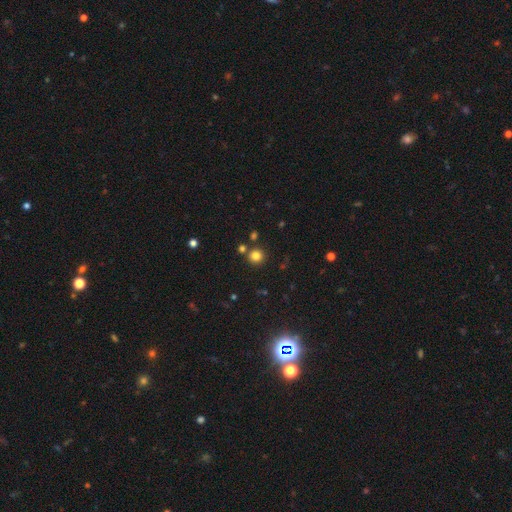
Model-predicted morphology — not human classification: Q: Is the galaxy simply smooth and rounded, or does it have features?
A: smooth — 80%.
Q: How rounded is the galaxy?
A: round — 94%.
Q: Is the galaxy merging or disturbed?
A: none — 82%.